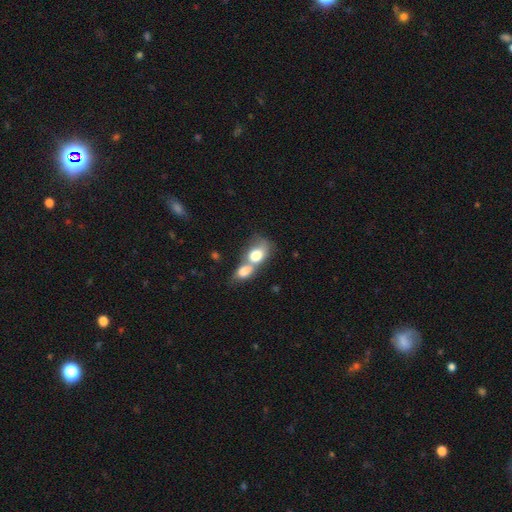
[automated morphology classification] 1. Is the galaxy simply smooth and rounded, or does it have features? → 73% smooth, 19% featured or disk, 8% star or artifact.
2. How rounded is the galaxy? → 70% in between, 27% round, 3% cigar-shaped.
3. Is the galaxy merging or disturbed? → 78% merger, 11% none, 6% major disturbance, 5% minor disturbance.